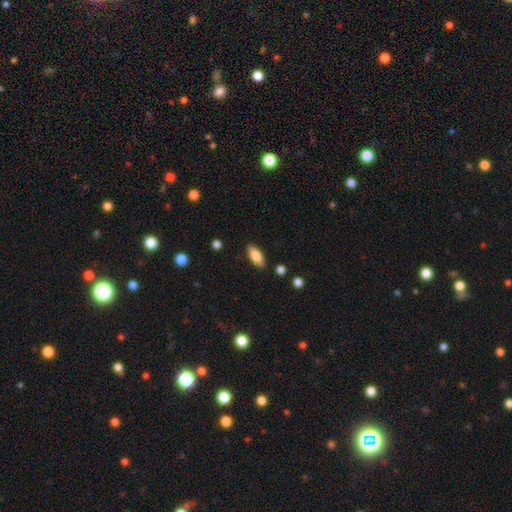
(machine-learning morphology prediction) Smooth or featured?
  - smooth: 79% *
  - featured or disk: 14%
  - star or artifact: 7%
How rounded?
  - in between: 79% *
  - cigar-shaped: 18%
  - round: 2%
Merging?
  - none: 87% *
  - minor disturbance: 9%
  - major disturbance: 2%
  - merger: 2%